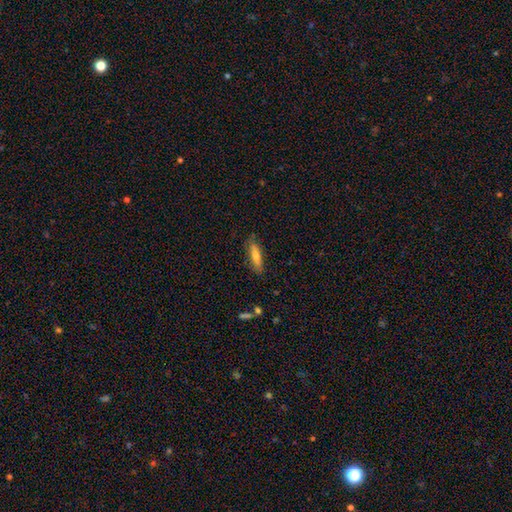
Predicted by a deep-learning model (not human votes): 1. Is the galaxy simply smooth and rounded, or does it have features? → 67% smooth, 26% featured or disk, 7% star or artifact.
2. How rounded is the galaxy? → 64% cigar-shaped, 34% in between, 2% round.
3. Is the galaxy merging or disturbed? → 83% none, 13% minor disturbance, 3% major disturbance, 2% merger.